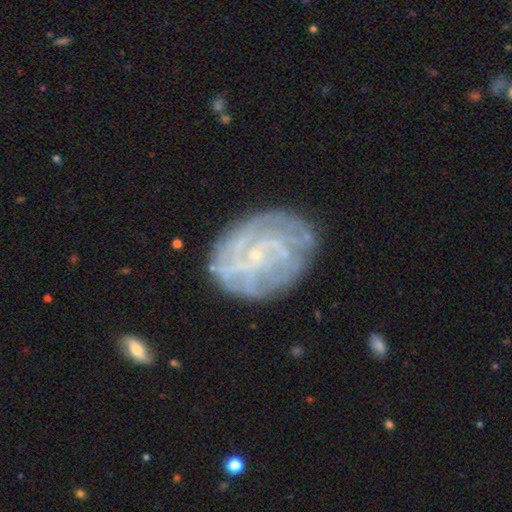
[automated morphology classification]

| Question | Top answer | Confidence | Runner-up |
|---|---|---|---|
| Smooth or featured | featured or disk | 77% | smooth (15%) |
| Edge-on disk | no | 97% | yes (3%) |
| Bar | no | 66% | weak (27%) |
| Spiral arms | yes | 82% | no (18%) |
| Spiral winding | tight | 63% | medium (26%) |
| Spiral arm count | can't tell | 48% | 4 (14%) |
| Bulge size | small | 85% | moderate (8%) |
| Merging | none | 74% | minor disturbance (17%) |